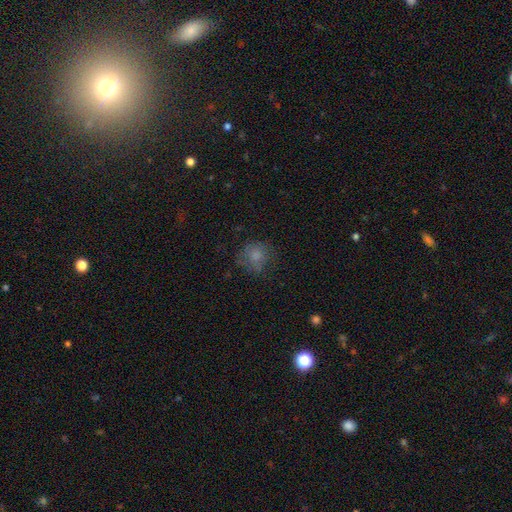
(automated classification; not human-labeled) A smooth galaxy with no disk features (71%) that is round (83%). Merging: none (62%).